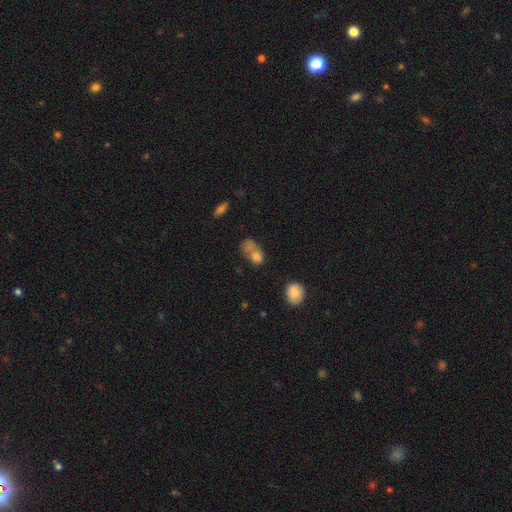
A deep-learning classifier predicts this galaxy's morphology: smooth 68%, featured or disk 18%, star or artifact 14%. Down the decision tree: how rounded — in between (65%); merging — merger (35%).